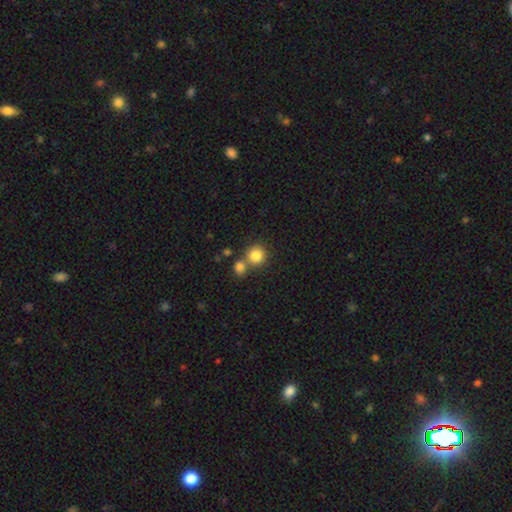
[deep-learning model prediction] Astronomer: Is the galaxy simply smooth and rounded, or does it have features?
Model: smooth — 83%.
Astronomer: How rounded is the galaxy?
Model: round — 89%.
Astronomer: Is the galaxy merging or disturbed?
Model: none — 57%.